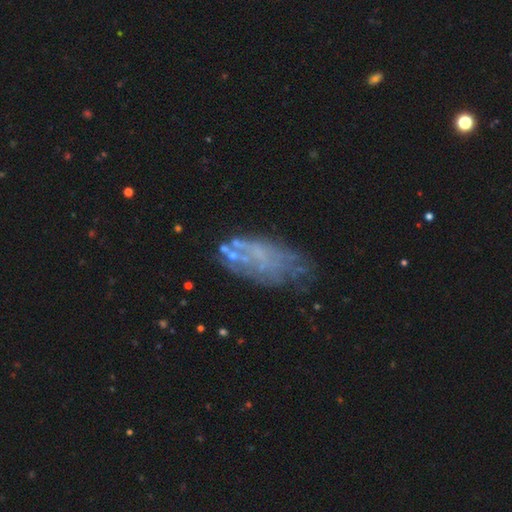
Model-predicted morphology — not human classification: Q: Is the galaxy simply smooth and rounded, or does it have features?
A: featured or disk — 51%.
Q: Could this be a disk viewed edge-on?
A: no — 94%.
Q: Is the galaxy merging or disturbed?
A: none — 47%.